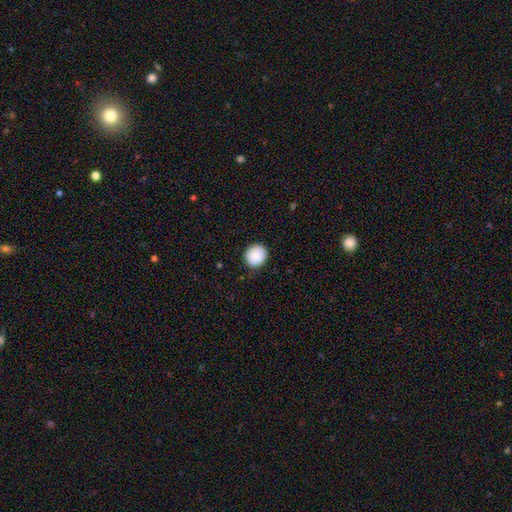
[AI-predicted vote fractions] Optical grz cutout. It shows a smooth galaxy with no disk features (88%) that is round (88%). Merging: none (88%).